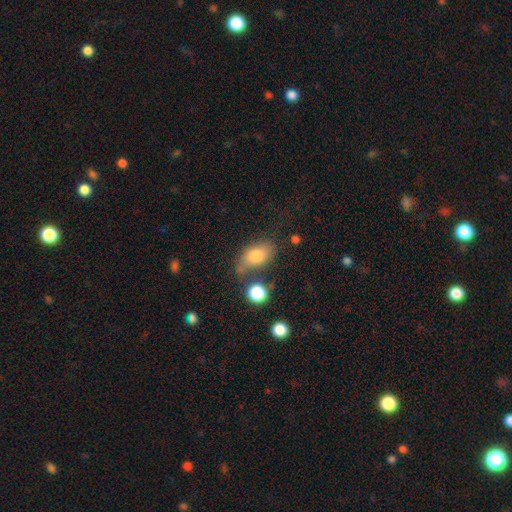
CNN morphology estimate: This is likely a smooth galaxy (76%). How rounded: clearly in between (86%). Merging: possibly none (52%).